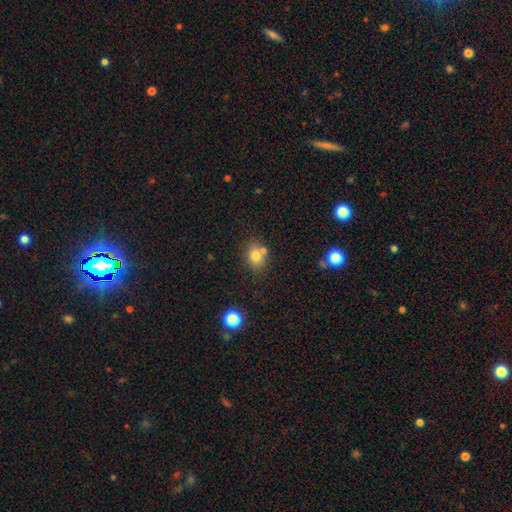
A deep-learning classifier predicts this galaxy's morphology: smooth-or-featured: smooth: 76% | star or artifact: 13% | featured or disk: 11%
  how-rounded: round: 55% | in between: 44% | cigar-shaped: 1%
  merging: none: 64% | merger: 20% | minor disturbance: 13% | major disturbance: 4%